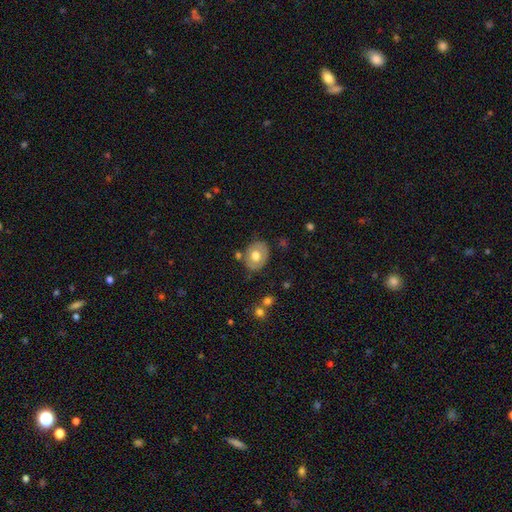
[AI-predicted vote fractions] Smooth or featured?
  - smooth: 61% *
  - featured or disk: 32%
  - star or artifact: 7%
How rounded?
  - in between: 56% *
  - round: 43%
  - cigar-shaped: 1%
Merging?
  - none: 78% *
  - minor disturbance: 13%
  - merger: 5%
  - major disturbance: 4%